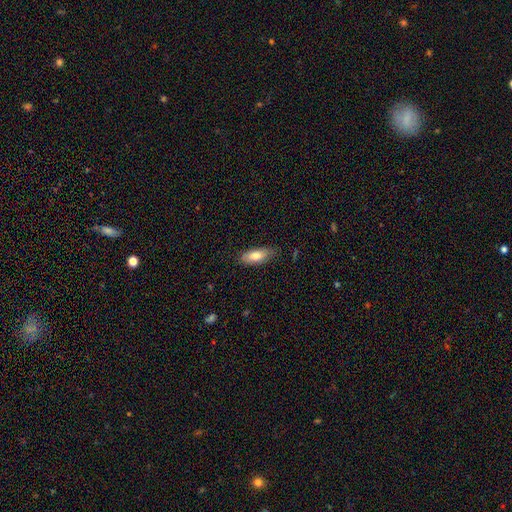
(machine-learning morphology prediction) Smooth or featured? smooth (77%)
How rounded? in between (77%)
Merging? none (78%)